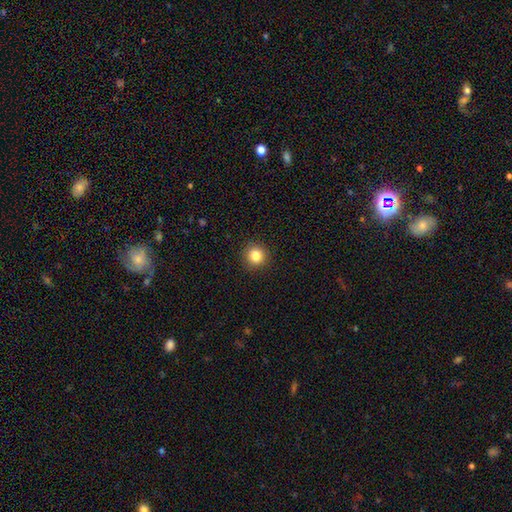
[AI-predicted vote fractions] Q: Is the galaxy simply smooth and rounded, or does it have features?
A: smooth — 84%.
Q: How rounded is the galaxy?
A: round — 94%.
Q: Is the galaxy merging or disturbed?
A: none — 92%.